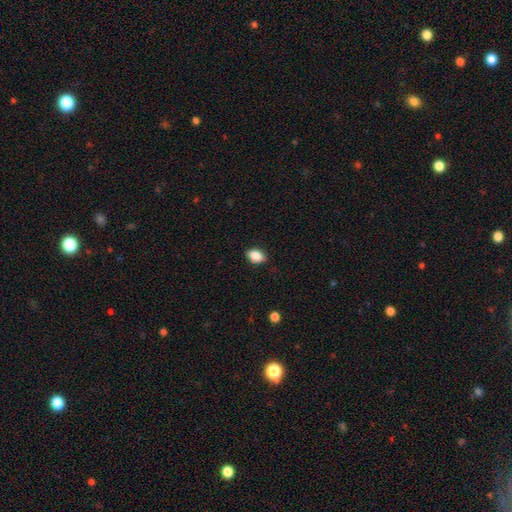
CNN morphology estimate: Smooth or featured? Predicted: smooth (p=0.87). How rounded? Predicted: in between (p=0.81). Merging? Predicted: none (p=0.85).